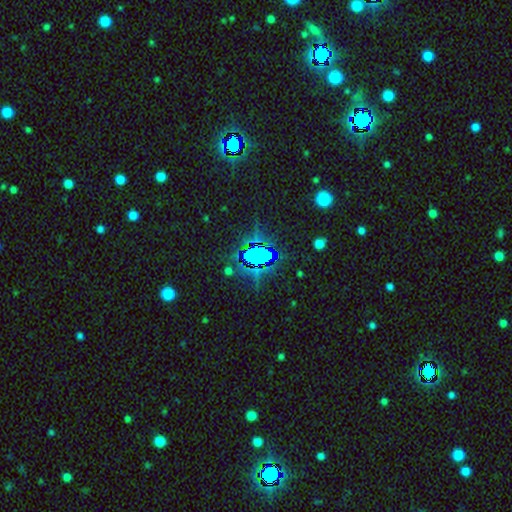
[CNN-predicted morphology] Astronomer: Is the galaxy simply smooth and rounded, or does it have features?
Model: star or artifact — 71%.